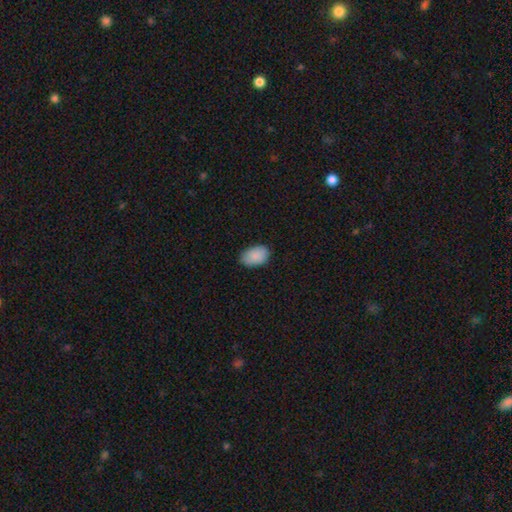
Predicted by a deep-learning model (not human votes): Q: Smooth or featured?
A: smooth (88%); runner-up: star or artifact (7%)
Q: How rounded?
A: in between (90%); runner-up: round (9%)
Q: Merging?
A: none (79%); runner-up: minor disturbance (17%)